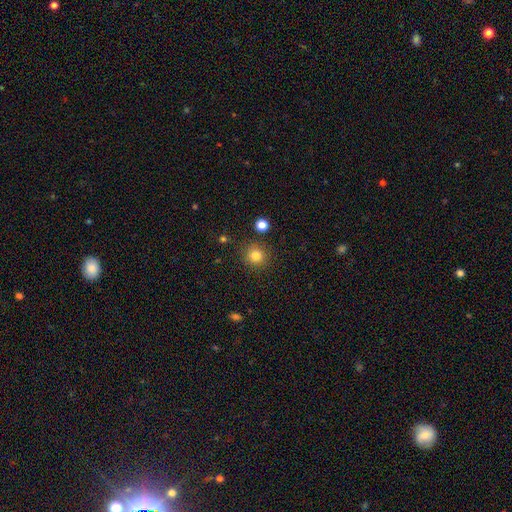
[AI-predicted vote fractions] This is clearly a smooth galaxy (83%). How rounded: clearly round (93%). Merging: clearly none (87%).